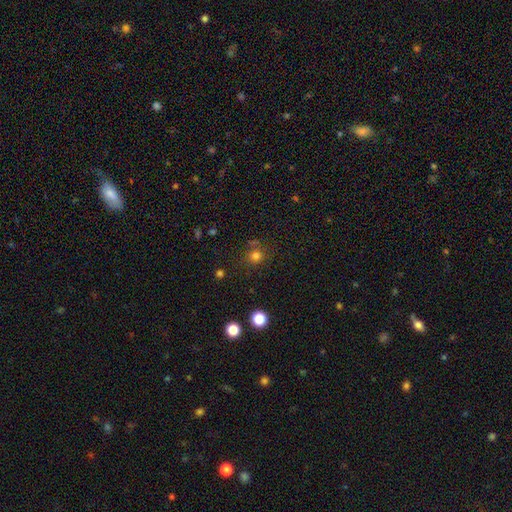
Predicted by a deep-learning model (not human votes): Overall: smooth (77%). How rounded: round (88%). Merging: none (76%).